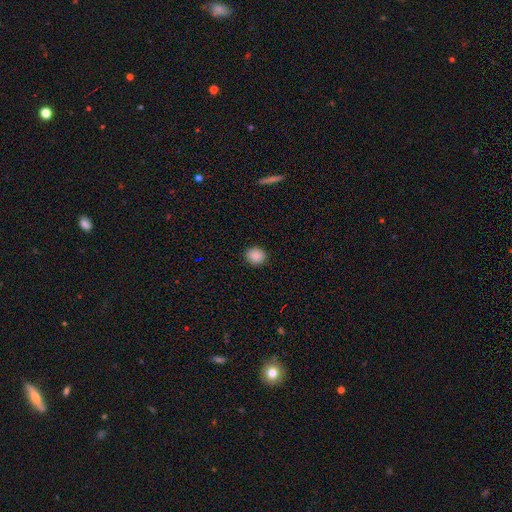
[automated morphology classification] Smooth or featured?
  - smooth: 88% *
  - star or artifact: 9%
  - featured or disk: 3%
How rounded?
  - round: 74% *
  - in between: 25%
  - cigar-shaped: 1%
Merging?
  - none: 89% *
  - minor disturbance: 8%
  - major disturbance: 2%
  - merger: 1%